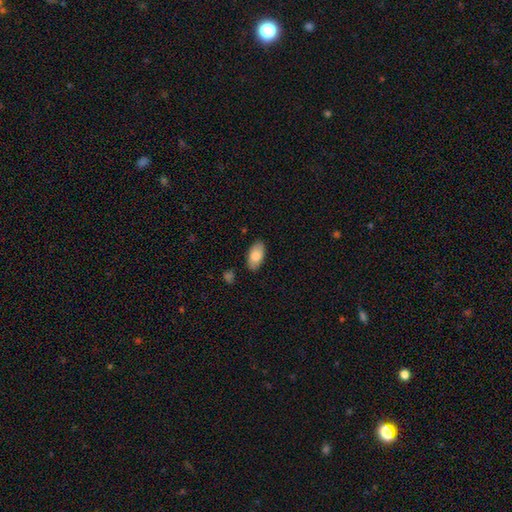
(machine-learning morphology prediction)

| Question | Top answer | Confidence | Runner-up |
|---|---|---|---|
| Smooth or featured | smooth | 82% | featured or disk (11%) |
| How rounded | in between | 94% | cigar-shaped (3%) |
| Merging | none | 84% | minor disturbance (12%) |